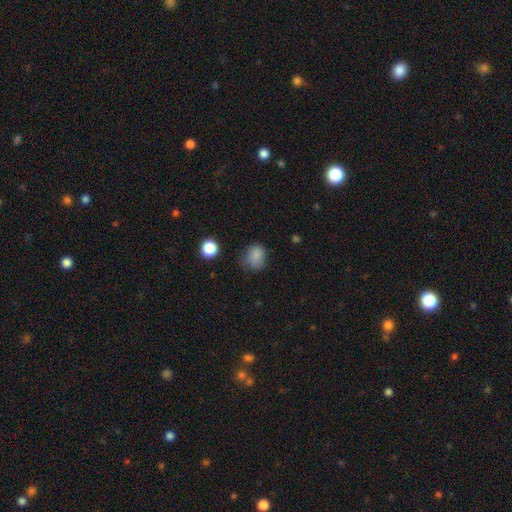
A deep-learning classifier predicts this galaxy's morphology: type=smooth (82%); roundness=round (57%); merging=none (58%).